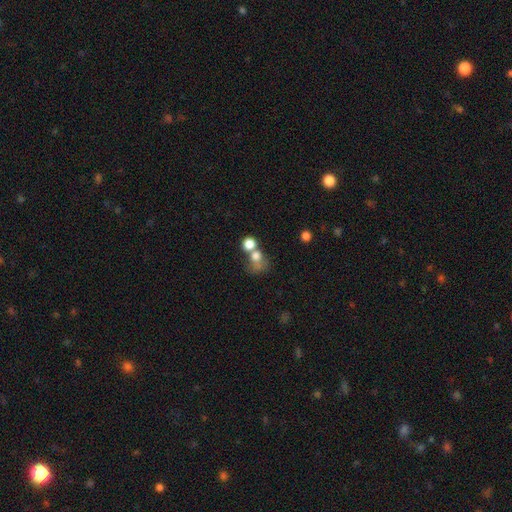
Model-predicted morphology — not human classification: type=smooth (71%); roundness=round (67%); merging=merger (48%).